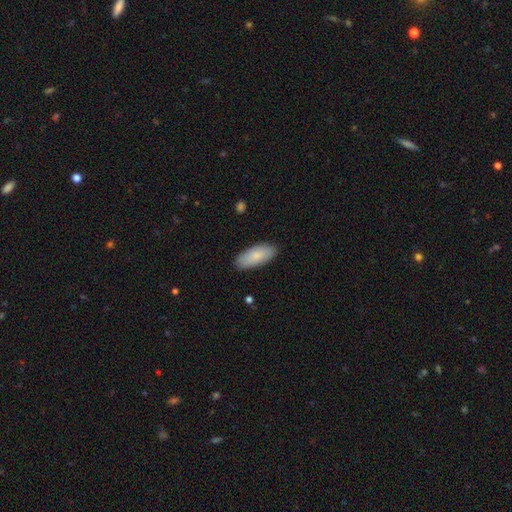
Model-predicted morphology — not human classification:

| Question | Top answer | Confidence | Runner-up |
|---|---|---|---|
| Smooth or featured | smooth | 87% | featured or disk (8%) |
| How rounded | in between | 83% | cigar-shaped (15%) |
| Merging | none | 88% | minor disturbance (9%) |